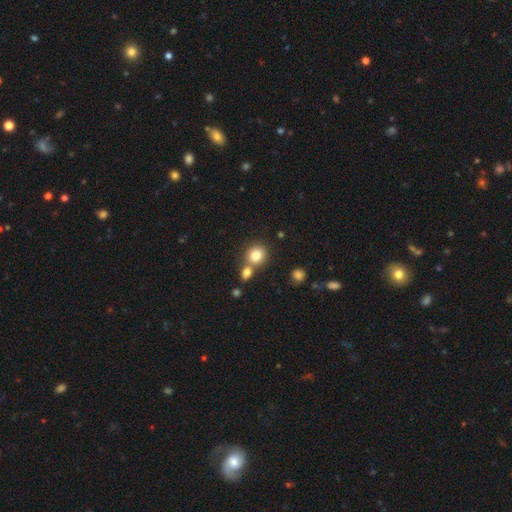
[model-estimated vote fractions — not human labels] Smooth or featured: smooth — 82% (star or artifact — 10%)
How rounded: round — 80% (in between — 19%)
Merging: none — 54% (merger — 34%)